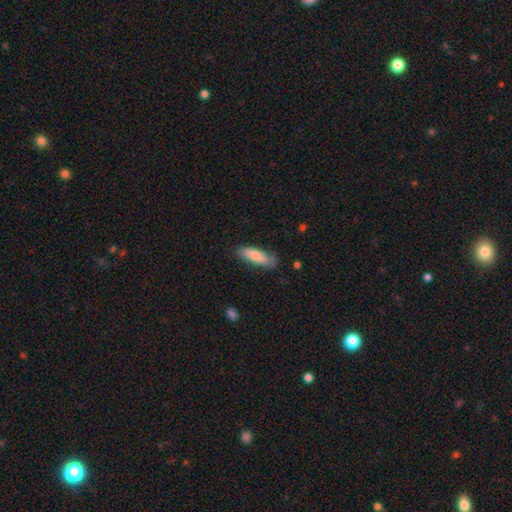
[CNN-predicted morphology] Smooth or featured? Predicted: smooth (p=0.74). How rounded? Predicted: in between (p=0.57). Merging? Predicted: none (p=0.74).